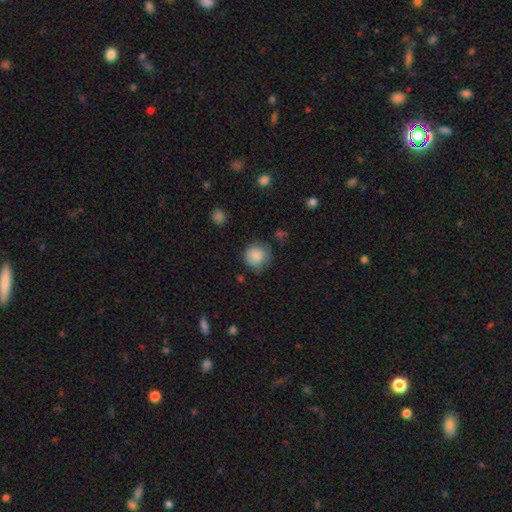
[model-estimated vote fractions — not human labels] A smooth galaxy with no disk features (85%) that is round (89%). Merging: none (66%).